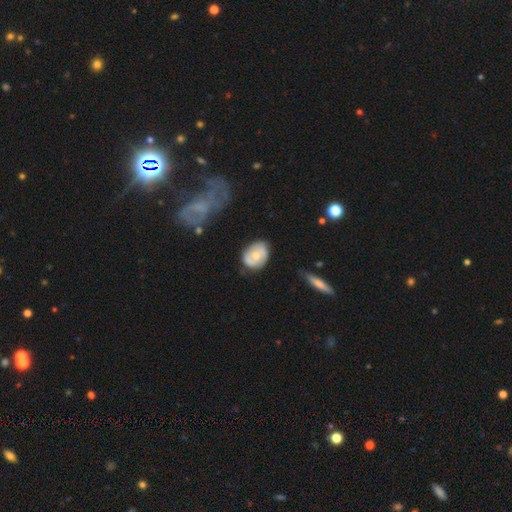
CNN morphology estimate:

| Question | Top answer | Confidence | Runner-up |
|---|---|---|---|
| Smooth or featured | smooth | 50% | featured or disk (44%) |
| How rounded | in between | 65% | round (34%) |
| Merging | none | 64% | minor disturbance (27%) |